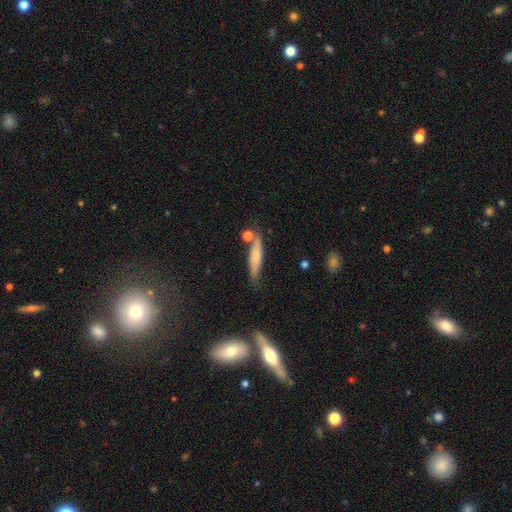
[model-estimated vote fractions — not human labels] The model was most divided on "smooth or featured": smooth: 61%, featured or disk: 31%, star or artifact: 7%. More confident: how rounded — cigar-shaped (81%); merging — none (67%).